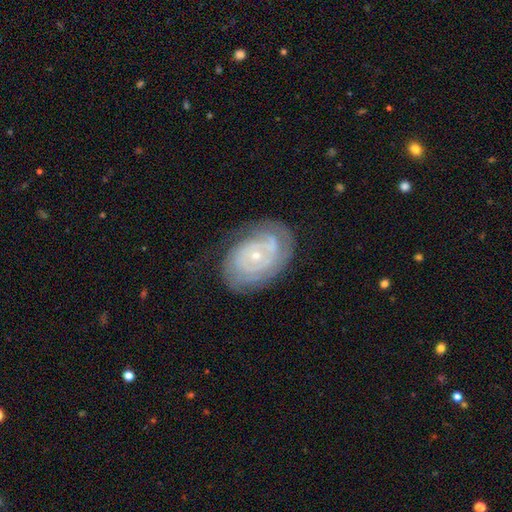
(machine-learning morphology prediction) Smooth or featured? Predicted: featured or disk (p=0.83). Edge-on disk? Predicted: no (p=0.97). Bar? Predicted: no (p=0.79). Spiral arms? Predicted: yes (p=0.92). Spiral winding? Predicted: tight (p=0.78). Spiral arm count? Predicted: can't tell (p=0.37). Bulge size? Predicted: small (p=0.77). Merging? Predicted: none (p=0.73).